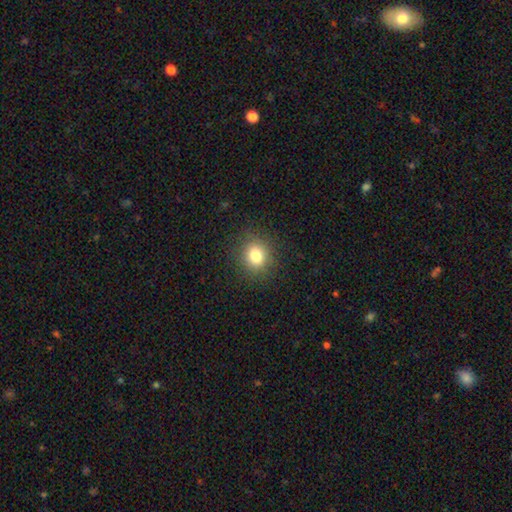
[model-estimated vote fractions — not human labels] Q: Smooth or featured?
A: smooth (81%); runner-up: star or artifact (12%)
Q: How rounded?
A: round (74%); runner-up: in between (25%)
Q: Merging?
A: none (88%); runner-up: minor disturbance (8%)